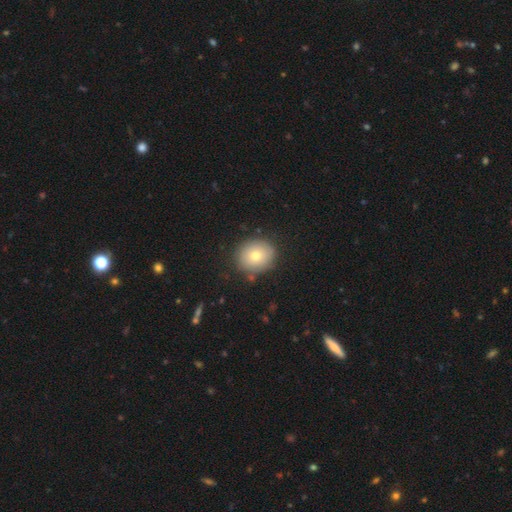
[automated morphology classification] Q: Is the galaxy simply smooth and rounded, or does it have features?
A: smooth — 75%.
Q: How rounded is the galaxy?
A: round — 74%.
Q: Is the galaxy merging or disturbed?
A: none — 83%.